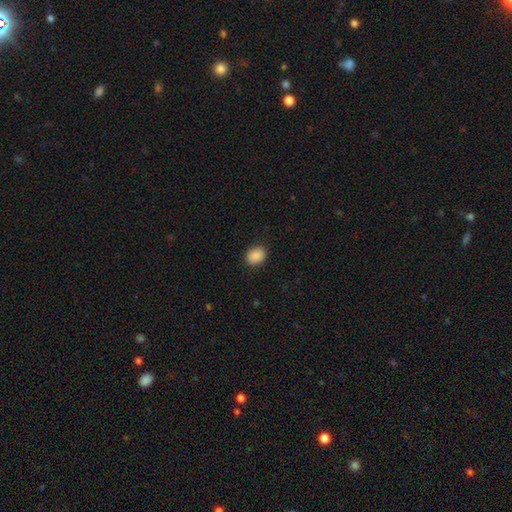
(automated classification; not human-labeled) Q: Smooth or featured?
A: smooth (89%); runner-up: star or artifact (8%)
Q: How rounded?
A: in between (59%); runner-up: round (40%)
Q: Merging?
A: none (88%); runner-up: minor disturbance (8%)